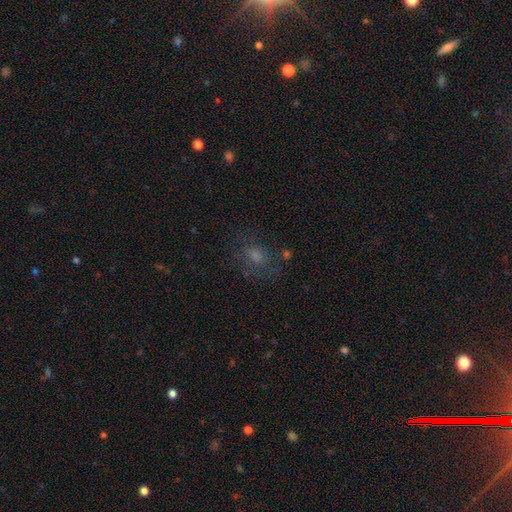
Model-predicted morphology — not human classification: Smooth or featured? Predicted: smooth (p=0.45). Merging? Predicted: none (p=0.68).